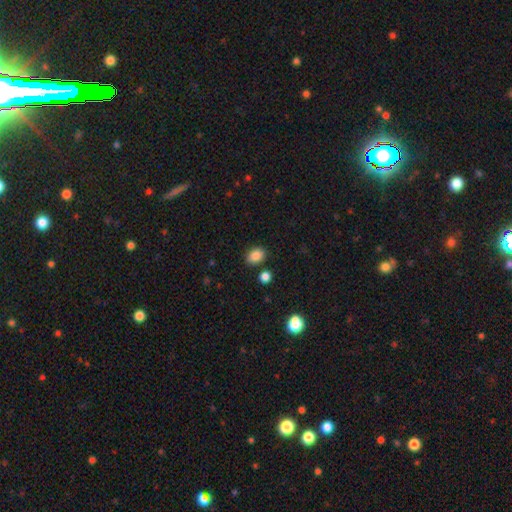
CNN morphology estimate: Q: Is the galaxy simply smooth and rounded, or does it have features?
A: smooth — 86%.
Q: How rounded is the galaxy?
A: in between — 70%.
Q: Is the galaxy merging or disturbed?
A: none — 83%.